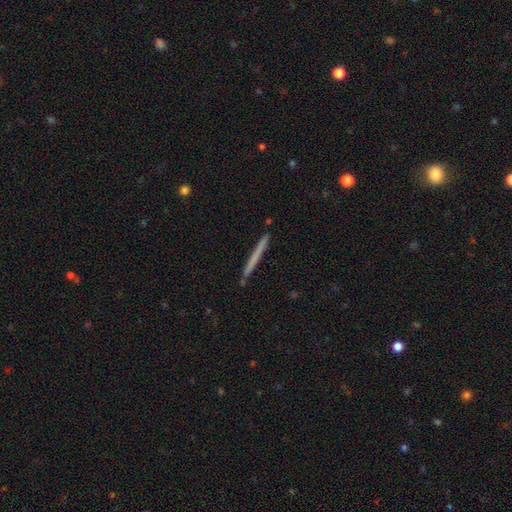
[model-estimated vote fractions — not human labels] A smooth galaxy with no disk features (55%) that is cigar-shaped (97%). Merging: none (91%).